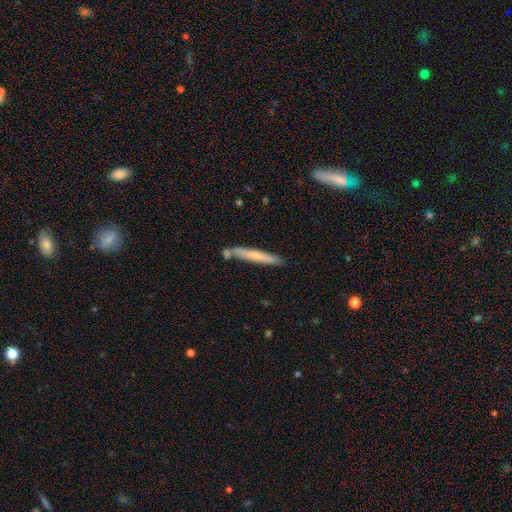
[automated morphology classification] Smooth or featured? Predicted: smooth (p=0.59). How rounded? Predicted: cigar-shaped (p=0.95). Merging? Predicted: none (p=0.78).